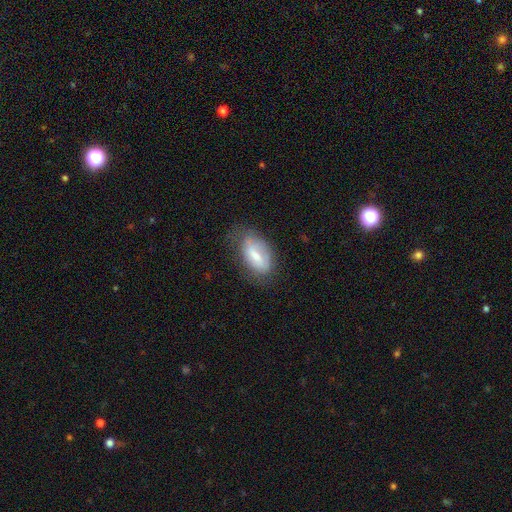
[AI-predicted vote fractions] A smooth galaxy with no disk features (58%) that is in between round and cigar-shaped (91%).

Vote fractions:
- Smooth or featured? smooth: 58% / featured or disk: 35% / star or artifact: 7%
- How rounded? in between: 91% / round: 5% / cigar-shaped: 4%
- Merging? none: 56% / minor disturbance: 30% / major disturbance: 12% / merger: 2%